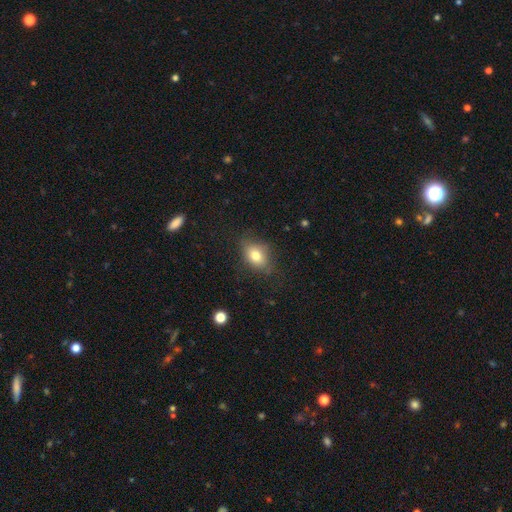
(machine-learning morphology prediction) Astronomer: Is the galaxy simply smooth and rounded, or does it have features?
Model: smooth — 77%.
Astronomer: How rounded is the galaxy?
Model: in between — 72%.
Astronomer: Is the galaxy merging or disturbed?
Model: none — 72%.